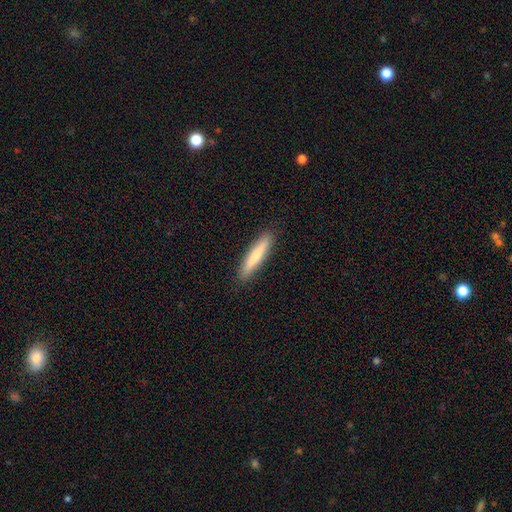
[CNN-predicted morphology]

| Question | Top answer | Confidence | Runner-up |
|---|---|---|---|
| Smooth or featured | smooth | 73% | featured or disk (21%) |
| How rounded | cigar-shaped | 91% | in between (8%) |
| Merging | none | 91% | minor disturbance (7%) |